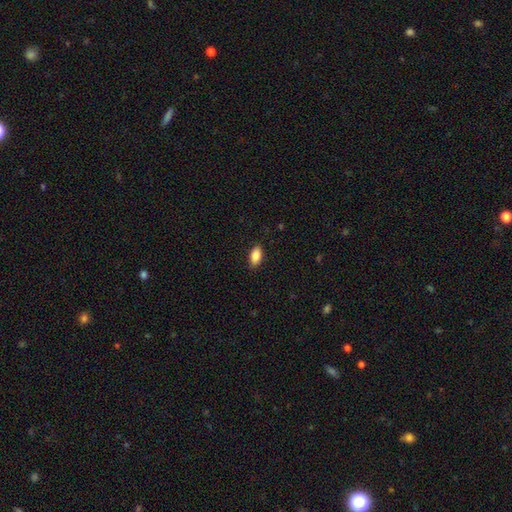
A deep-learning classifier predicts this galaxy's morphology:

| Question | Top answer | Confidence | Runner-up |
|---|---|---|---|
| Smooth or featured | smooth | 87% | star or artifact (7%) |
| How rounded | in between | 91% | cigar-shaped (5%) |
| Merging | none | 88% | minor disturbance (9%) |